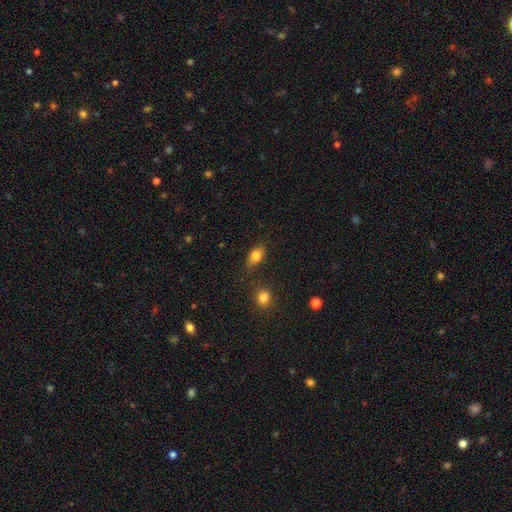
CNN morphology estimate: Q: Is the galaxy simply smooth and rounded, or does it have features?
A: smooth — 82%.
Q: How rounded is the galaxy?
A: in between — 84%.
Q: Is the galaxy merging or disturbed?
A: none — 77%.